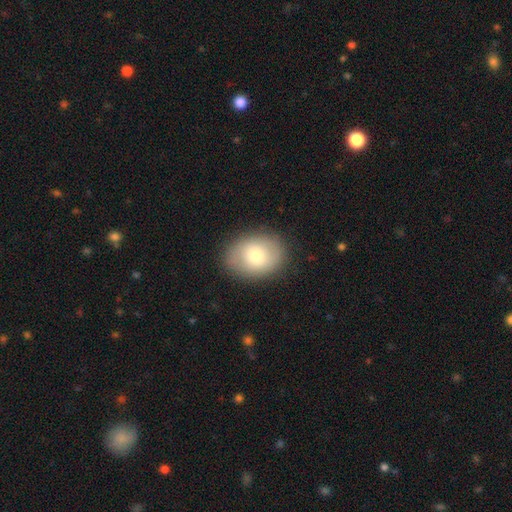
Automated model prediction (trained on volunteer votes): The model was most divided on "how rounded": in between: 58%, round: 41%, cigar-shaped: 1%. More confident: merging — none (86%); smooth or featured — smooth (71%).